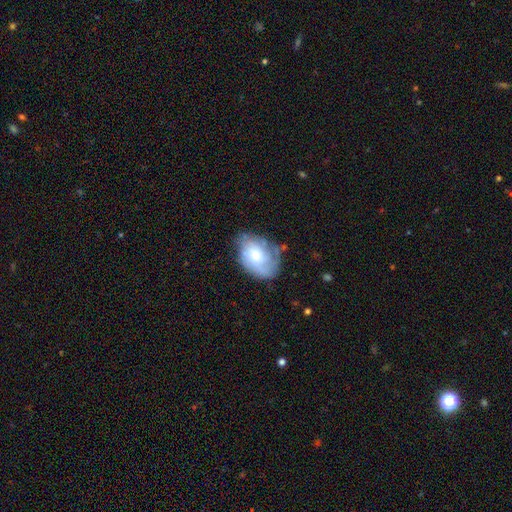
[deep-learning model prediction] Q: Smooth or featured?
A: featured or disk (50%); runner-up: smooth (43%)
Q: Merging?
A: none (56%); runner-up: minor disturbance (29%)